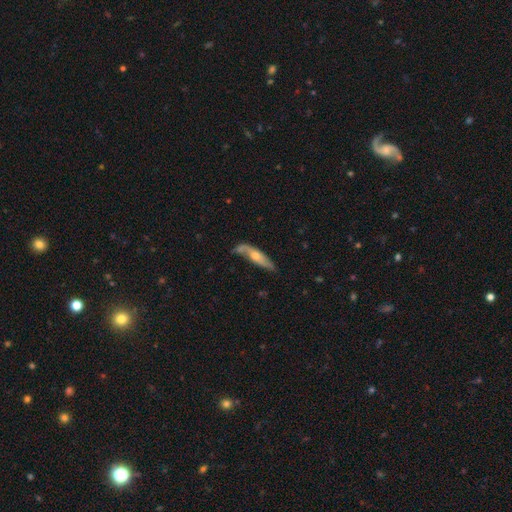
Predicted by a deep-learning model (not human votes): Q: Smooth or featured?
A: featured or disk (59%); runner-up: smooth (35%)
Q: Edge-on disk?
A: yes (50%); tied with: no (50%)
Q: Merging?
A: none (51%); runner-up: minor disturbance (29%)